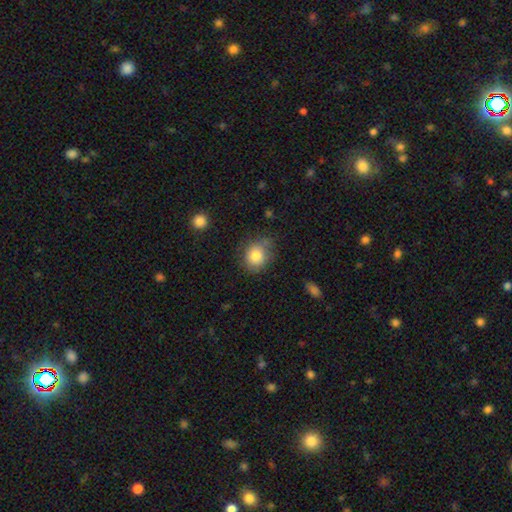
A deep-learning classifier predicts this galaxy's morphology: smooth_or_featured: smooth (p=0.81) [alt: featured or disk p=0.10]
how_rounded: round (p=0.67) [alt: in between p=0.33]
merging: none (p=0.69) [alt: minor disturbance p=0.23]